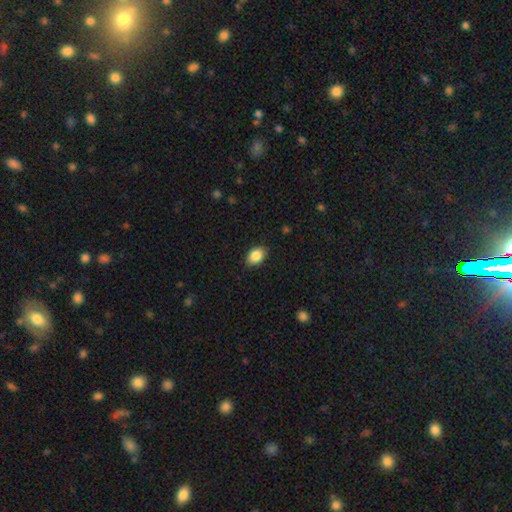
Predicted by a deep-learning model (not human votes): smooth 87%, star or artifact 8%, featured or disk 5%. Down the decision tree: how rounded — in between (80%); merging — none (86%).